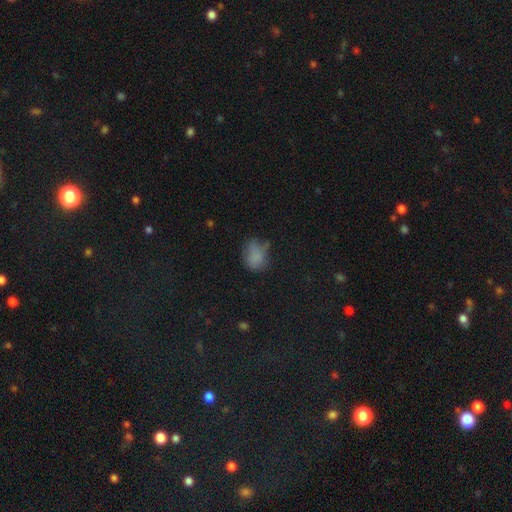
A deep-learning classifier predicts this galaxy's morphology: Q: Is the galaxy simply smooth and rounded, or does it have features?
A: smooth — 76%.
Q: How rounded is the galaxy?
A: in between — 49%, tied with round.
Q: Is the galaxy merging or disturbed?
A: none — 48%.